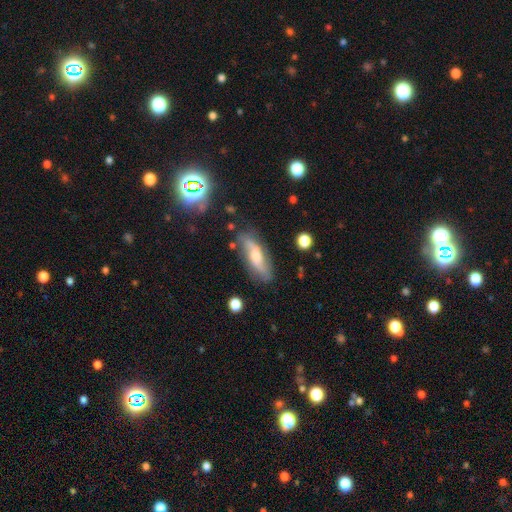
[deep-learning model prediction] Smooth or featured?
  - featured or disk: 53% *
  - smooth: 38%
  - star or artifact: 10%
Edge-on disk?
  - no: 66% *
  - yes: 34%
Merging?
  - none: 76% *
  - minor disturbance: 17%
  - major disturbance: 4%
  - merger: 3%